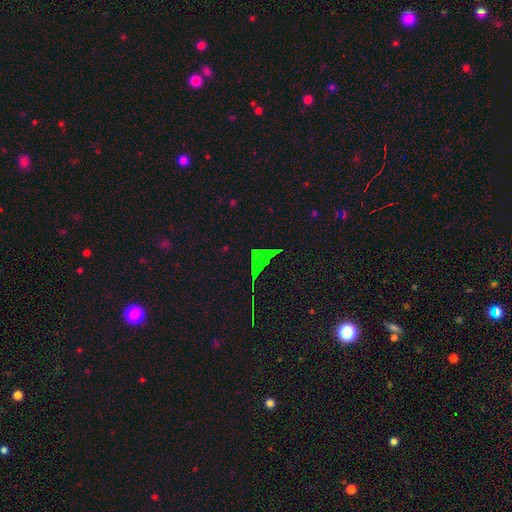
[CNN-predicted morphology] smooth-or-featured: star or artifact: 69% | smooth: 19% | featured or disk: 11%